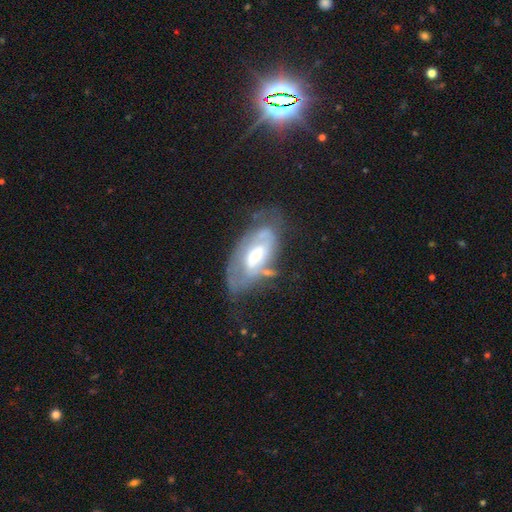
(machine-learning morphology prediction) Q: Smooth or featured?
A: featured or disk (68%); runner-up: smooth (25%)
Q: Edge-on disk?
A: no (91%); runner-up: yes (9%)
Q: Bar?
A: no (48%); runner-up: weak (38%)
Q: Spiral arms?
A: yes (69%); runner-up: no (31%)
Q: Bulge size?
A: moderate (51%); runner-up: small (27%)
Q: Merging?
A: none (42%); runner-up: minor disturbance (28%)